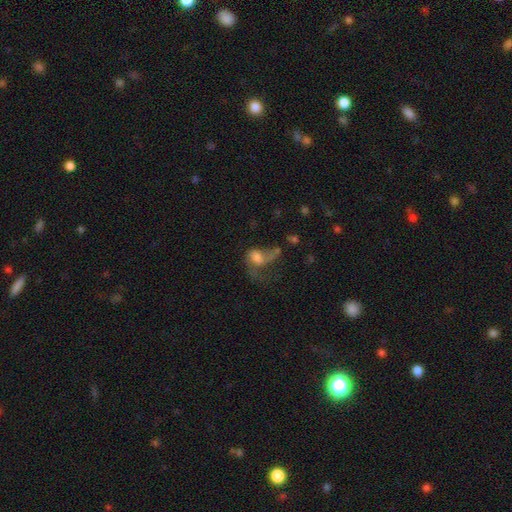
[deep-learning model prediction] Morphology: type=featured or disk (52%); edge-on=no (96%); merging=major disturbance (50%).